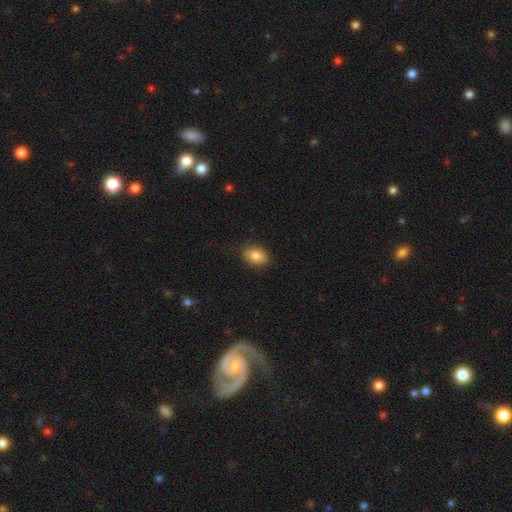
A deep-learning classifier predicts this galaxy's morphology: Smooth or featured? Predicted: smooth (p=0.85). How rounded? Predicted: in between (p=0.81). Merging? Predicted: none (p=0.84).